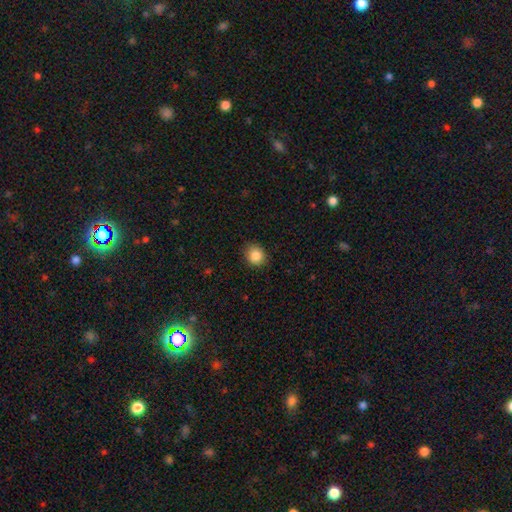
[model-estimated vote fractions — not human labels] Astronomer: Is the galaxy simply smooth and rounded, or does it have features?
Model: smooth — 87%.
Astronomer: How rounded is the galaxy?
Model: round — 80%.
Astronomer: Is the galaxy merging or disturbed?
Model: none — 86%.